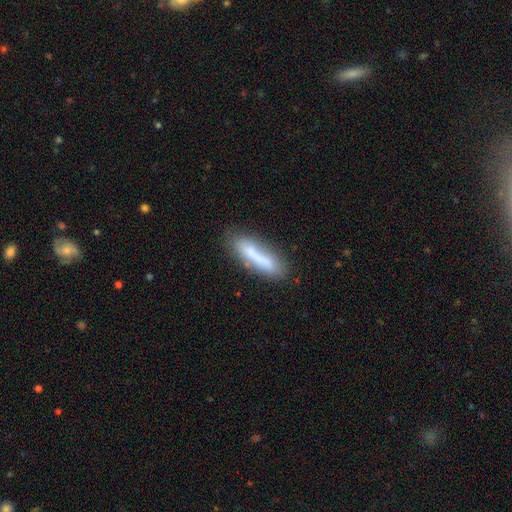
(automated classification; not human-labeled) A smooth galaxy with no disk features (67%) that is cigar-shaped (72%). Merging: none (65%).